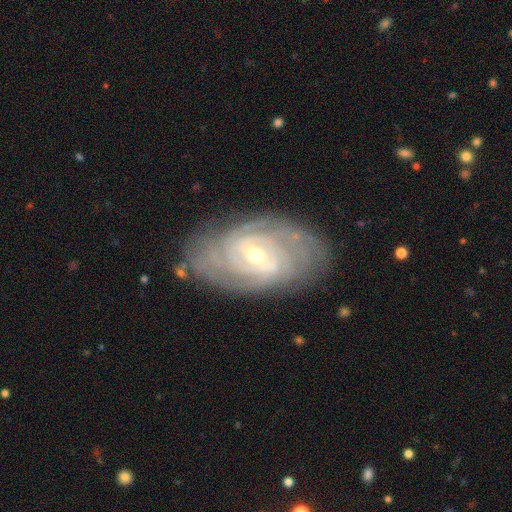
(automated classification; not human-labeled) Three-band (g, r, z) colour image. It shows a featured or disk galaxy (89%) with a weak bar (50%), tight (77%) spiral arms (97%) and a small central bulge (60%). Merging: none (81%).